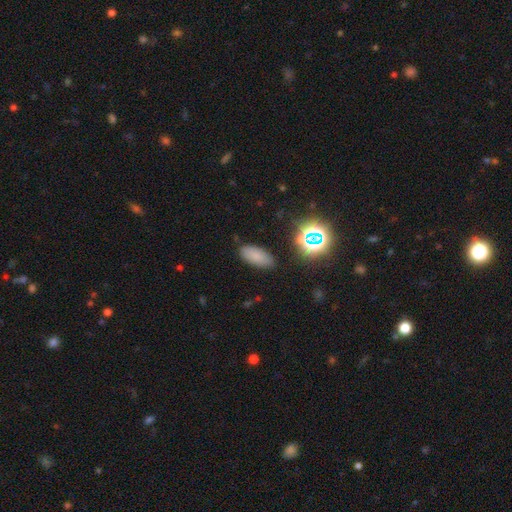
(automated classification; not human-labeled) Smooth or featured? smooth (77%)
How rounded? in between (89%)
Merging? none (83%)